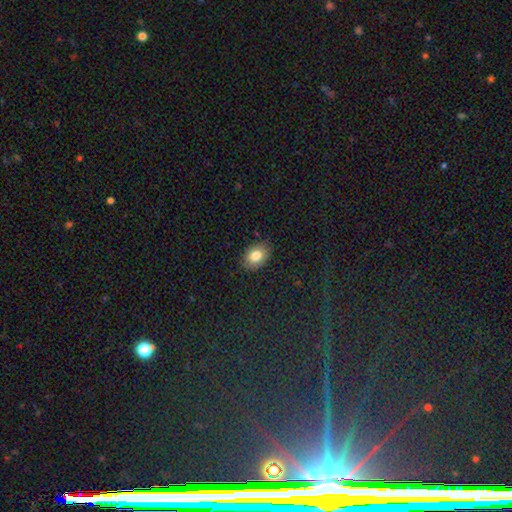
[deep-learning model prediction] This appears to be a smooth galaxy with no disk features (81%) that is in between round and cigar-shaped (80%). Merging: none (84%).